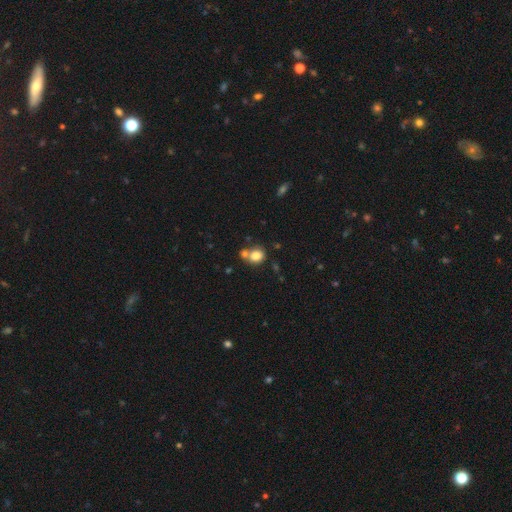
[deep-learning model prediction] Smooth or featured? Predicted: smooth (p=0.81). How rounded? Predicted: round (p=0.64). Merging? Predicted: none (p=0.54).